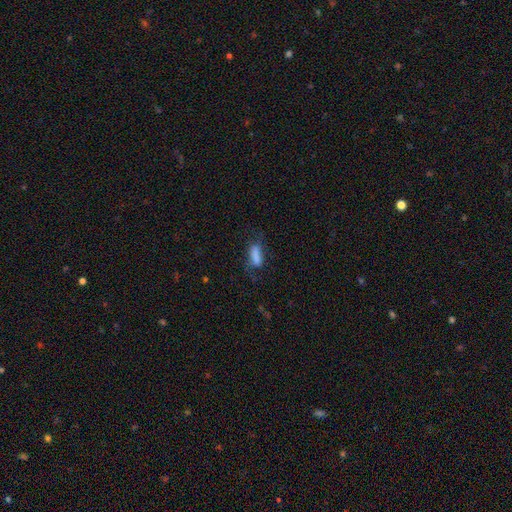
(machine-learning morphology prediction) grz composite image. It shows a smooth galaxy with no disk features (74%) that is in between round and cigar-shaped (56%). Merging: none (46%).